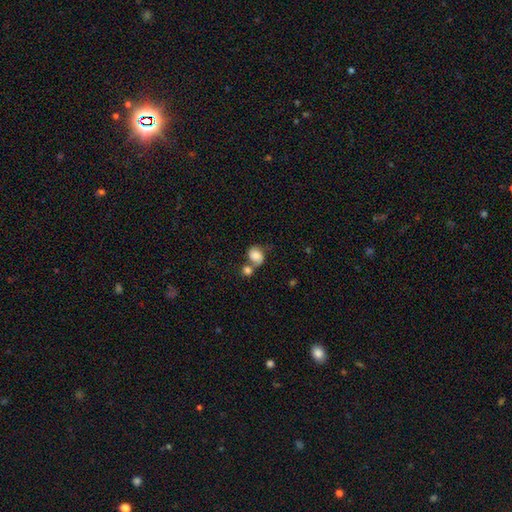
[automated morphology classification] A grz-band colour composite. It shows a smooth galaxy with no disk features (76%) that is in between round and cigar-shaped (51%). Merging: merger (47%).